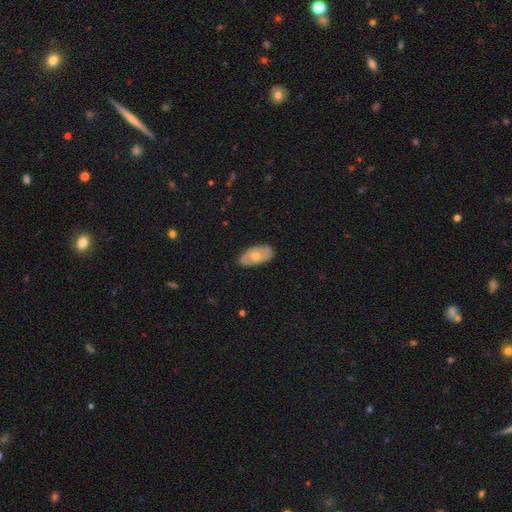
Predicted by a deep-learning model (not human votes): This is possibly a smooth galaxy (55%). How rounded: clearly in between (93%). Merging: likely none (79%).